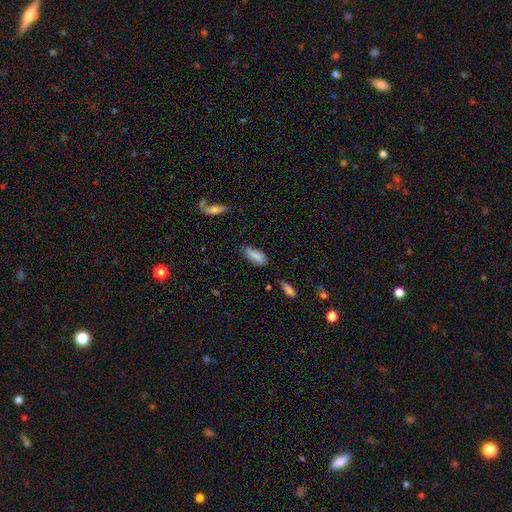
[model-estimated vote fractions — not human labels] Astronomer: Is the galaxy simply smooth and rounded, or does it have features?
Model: smooth — 81%.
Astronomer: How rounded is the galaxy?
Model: in between — 74%.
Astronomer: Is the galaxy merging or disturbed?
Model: none — 75%.